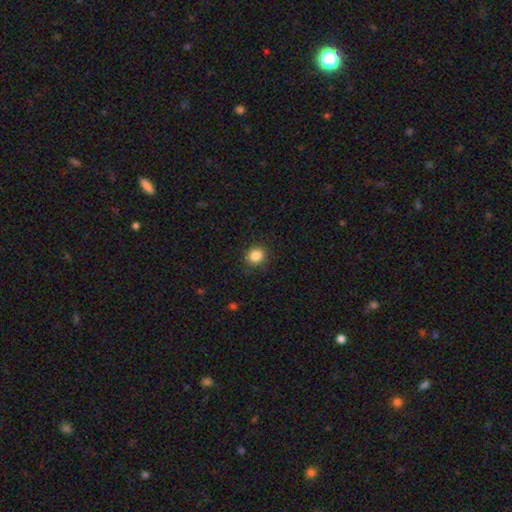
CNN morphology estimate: Smooth or featured?
  - smooth: 85% *
  - star or artifact: 10%
  - featured or disk: 4%
How rounded?
  - round: 84% *
  - in between: 15%
  - cigar-shaped: 1%
Merging?
  - none: 87% *
  - minor disturbance: 10%
  - major disturbance: 3%
  - merger: 1%